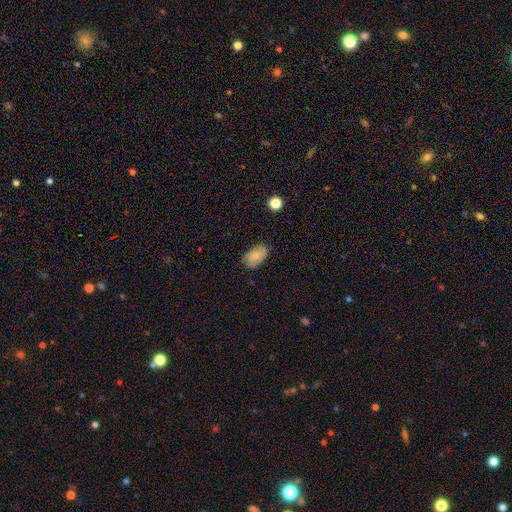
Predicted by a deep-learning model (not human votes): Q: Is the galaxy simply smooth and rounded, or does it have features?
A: smooth — 80%.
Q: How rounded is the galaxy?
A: in between — 91%.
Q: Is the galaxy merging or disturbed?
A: none — 81%.